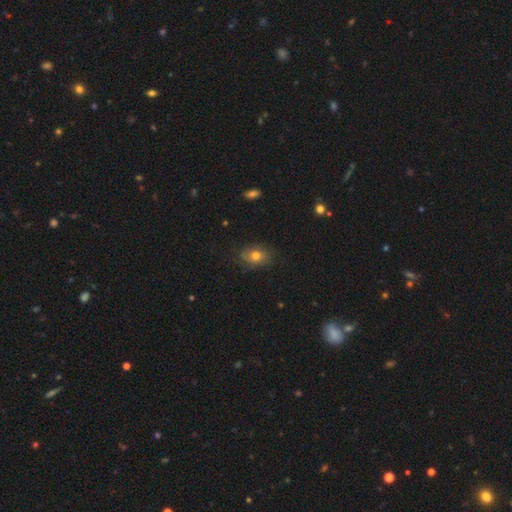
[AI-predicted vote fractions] Smooth or featured? Predicted: smooth (p=0.71). How rounded? Predicted: in between (p=0.68). Merging? Predicted: none (p=0.76).